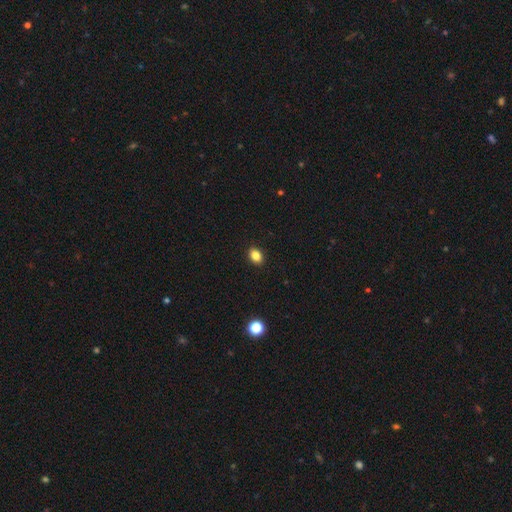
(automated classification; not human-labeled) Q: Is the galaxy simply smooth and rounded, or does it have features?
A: smooth — 85%.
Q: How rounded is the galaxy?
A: in between — 66%.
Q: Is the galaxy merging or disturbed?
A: none — 91%.